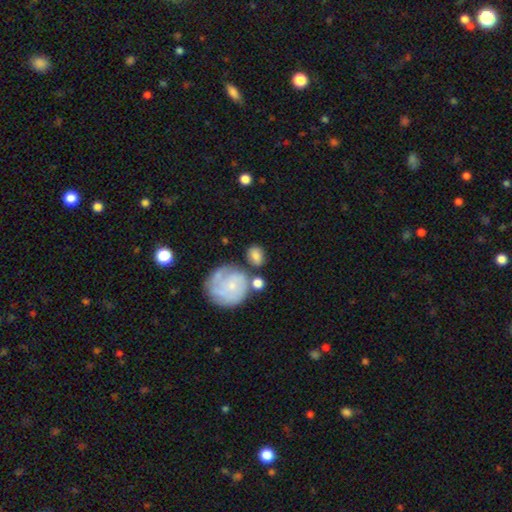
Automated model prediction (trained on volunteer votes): Smooth or featured? smooth (69%)
How rounded? in between (51%)
Merging? none (59%)